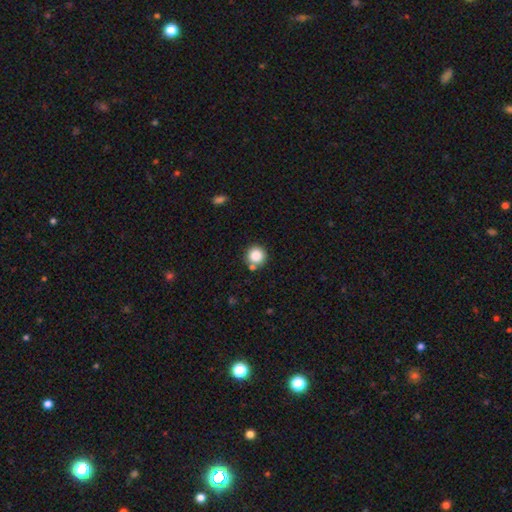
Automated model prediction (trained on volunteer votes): Smooth or featured? smooth (85%)
How rounded? round (95%)
Merging? none (78%)